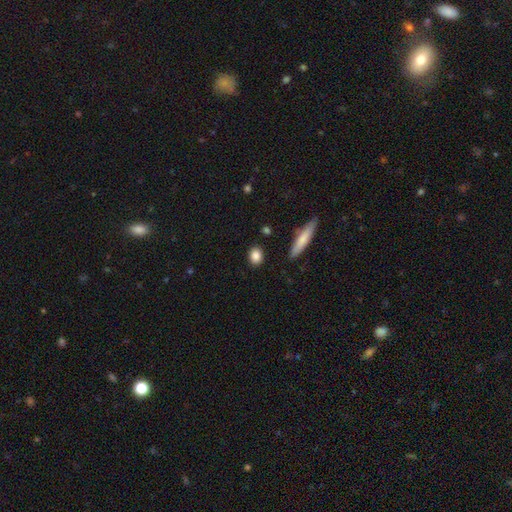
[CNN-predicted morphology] Q: Smooth or featured?
A: smooth (85%); runner-up: star or artifact (8%)
Q: How rounded?
A: in between (53%); runner-up: round (42%)
Q: Merging?
A: none (88%); runner-up: minor disturbance (8%)